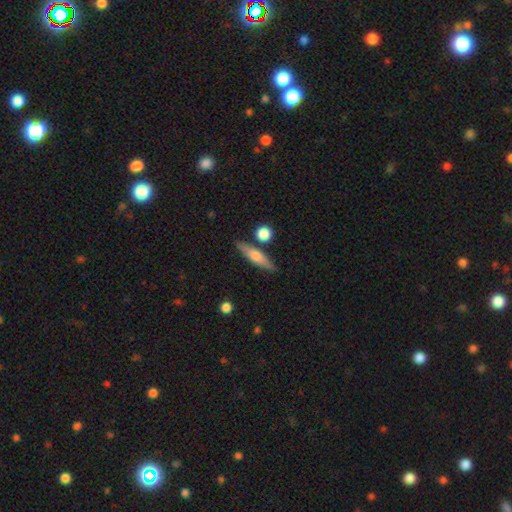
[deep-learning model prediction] smooth 56%, featured or disk 38%, star or artifact 6%. Down the decision tree: how rounded — cigar-shaped (75%); merging — none (82%).